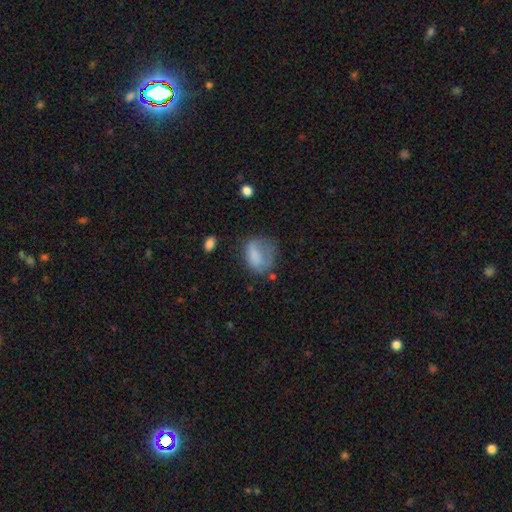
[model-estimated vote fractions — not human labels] A smooth galaxy with no disk features (71%) that is in between round and cigar-shaped (59%).

Vote fractions:
- Smooth or featured? smooth: 71% / featured or disk: 19% / star or artifact: 10%
- How rounded? in between: 59% / round: 39% / cigar-shaped: 2%
- Merging? none: 35% / major disturbance: 33% / minor disturbance: 29% / merger: 3%